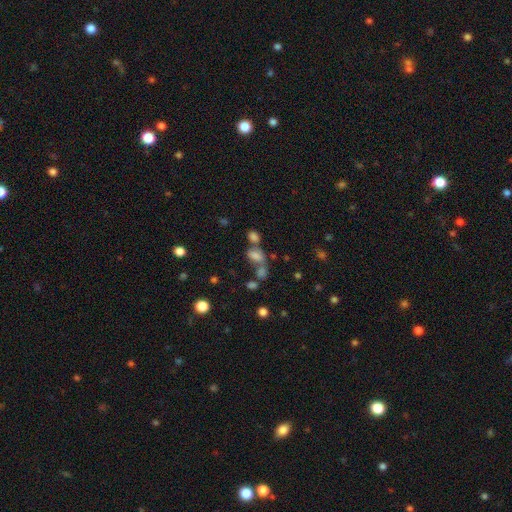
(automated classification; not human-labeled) A smooth galaxy with no disk features (69%) that is in between round and cigar-shaped (83%).

Vote fractions:
- Smooth or featured? smooth: 69% / star or artifact: 17% / featured or disk: 14%
- How rounded? in between: 83% / round: 14% / cigar-shaped: 4%
- Merging? merger: 47% / none: 30% / minor disturbance: 12% / major disturbance: 10%